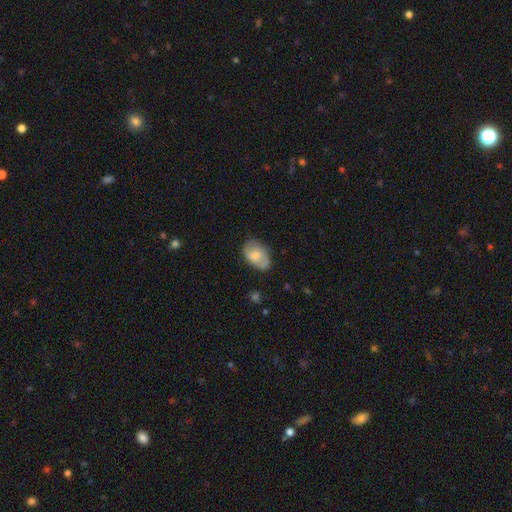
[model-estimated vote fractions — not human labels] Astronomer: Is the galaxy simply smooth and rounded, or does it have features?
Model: smooth — 63%.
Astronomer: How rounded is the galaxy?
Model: in between — 89%.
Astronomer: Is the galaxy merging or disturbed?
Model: none — 68%.